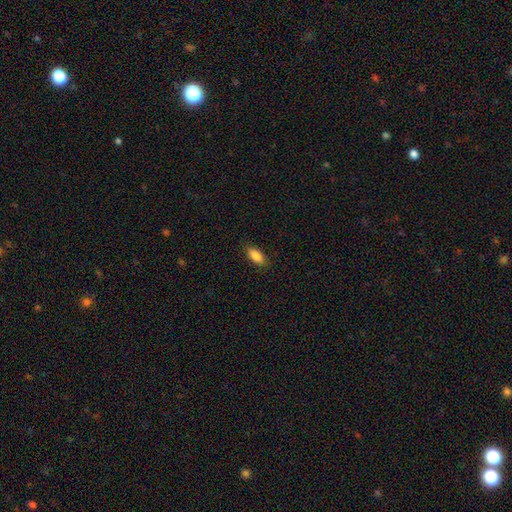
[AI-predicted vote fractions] Q: Smooth or featured?
A: smooth (87%); runner-up: star or artifact (7%)
Q: How rounded?
A: in between (85%); runner-up: cigar-shaped (12%)
Q: Merging?
A: none (87%); runner-up: minor disturbance (10%)